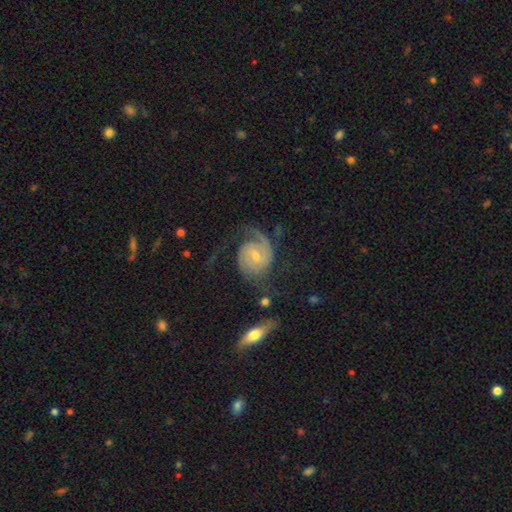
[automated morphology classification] This is clearly a featured or disk galaxy (83%). It is clearly not viewed edge-on (97%). Bar: possibly weak (49%). Spiral arm pattern: clearly yes (96%). Spiral arm count: likely 2 (63%). Spiral winding: marginally medium (42%). Central bulge: likely small (61%). Merging: possibly none (59%).